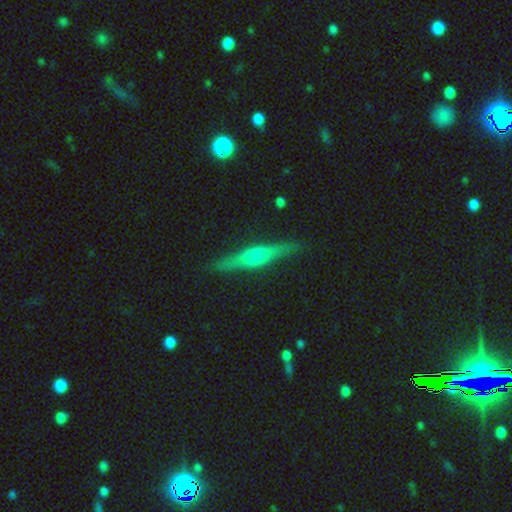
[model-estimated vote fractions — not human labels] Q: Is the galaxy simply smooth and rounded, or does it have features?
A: featured or disk — 58%.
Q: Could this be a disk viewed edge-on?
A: yes — 95%.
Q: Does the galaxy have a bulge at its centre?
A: rounded — 64%.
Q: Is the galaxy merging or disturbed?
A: none — 86%.